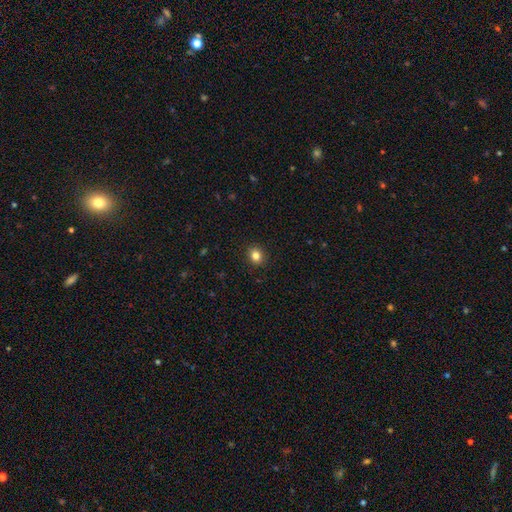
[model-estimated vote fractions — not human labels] smooth-or-featured: smooth: 83% | star or artifact: 12% | featured or disk: 6%
  how-rounded: round: 72% | in between: 27% | cigar-shaped: 1%
  merging: none: 91% | minor disturbance: 6% | major disturbance: 2% | merger: 1%